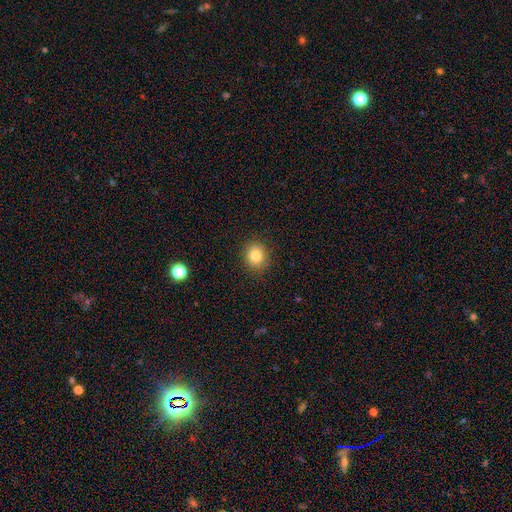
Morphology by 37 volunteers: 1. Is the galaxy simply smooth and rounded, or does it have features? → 92% smooth, 8% featured or disk, 0% star or artifact.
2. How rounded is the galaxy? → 68% round, 32% in between, 0% cigar-shaped.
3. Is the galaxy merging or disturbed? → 86% none, 11% minor disturbance, 3% major disturbance, 0% merger.